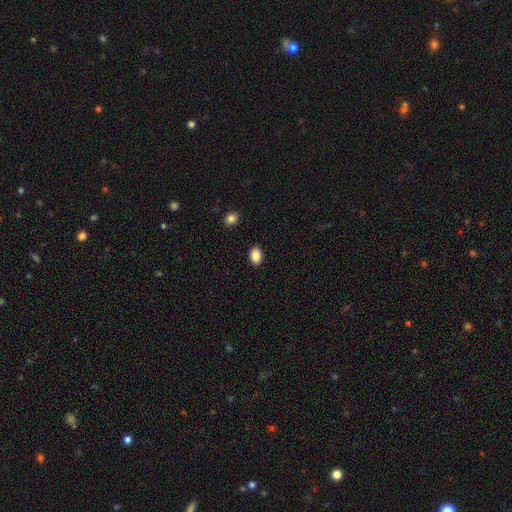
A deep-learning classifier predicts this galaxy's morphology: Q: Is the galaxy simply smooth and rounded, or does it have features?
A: smooth — 88%.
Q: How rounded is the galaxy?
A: in between — 81%.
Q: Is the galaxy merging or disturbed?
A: none — 89%.